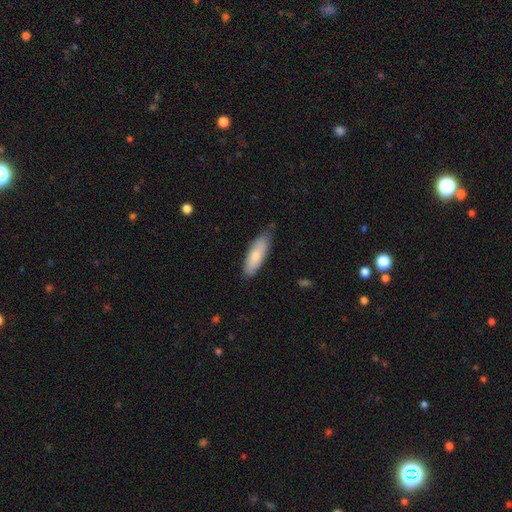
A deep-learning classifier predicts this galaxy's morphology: Overall: smooth (79%). How rounded: in between (56%; cigar-shaped 43%). Merging: none (75%).